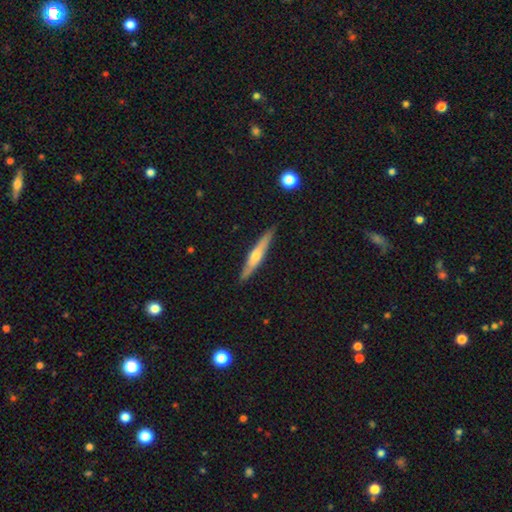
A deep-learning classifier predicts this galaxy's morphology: This appears to be a featured or disk galaxy (56%) viewed edge-on (95%) with a rounded central bulge (80%). Merging: none (89%).